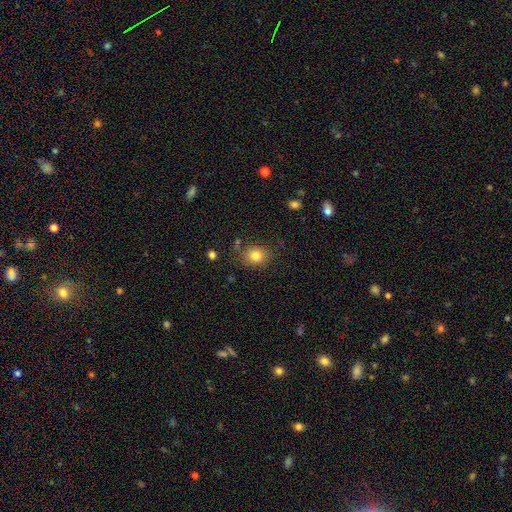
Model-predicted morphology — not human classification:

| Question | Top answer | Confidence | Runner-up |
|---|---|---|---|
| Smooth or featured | smooth | 81% | star or artifact (11%) |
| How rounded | round | 67% | in between (32%) |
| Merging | none | 79% | minor disturbance (13%) |